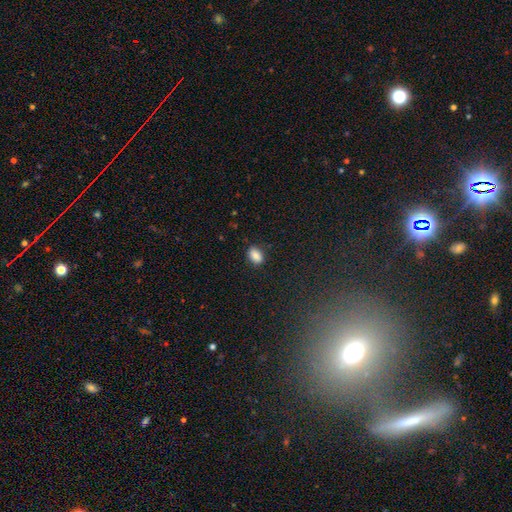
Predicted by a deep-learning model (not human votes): Smooth or featured? Predicted: smooth (p=0.85). How rounded? Predicted: in between (p=0.80). Merging? Predicted: none (p=0.84).